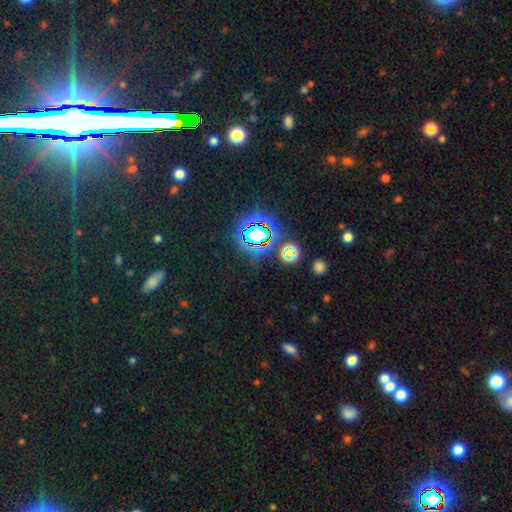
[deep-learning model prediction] Smooth or featured?
  - star or artifact: 79% *
  - smooth: 13%
  - featured or disk: 8%